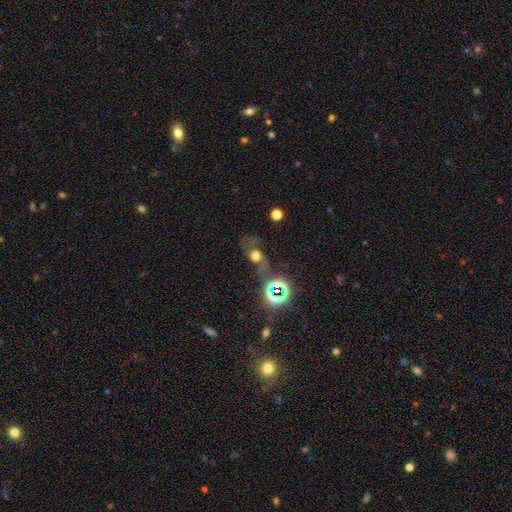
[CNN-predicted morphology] A smooth galaxy with no disk features (44%). Merging: none (41%).